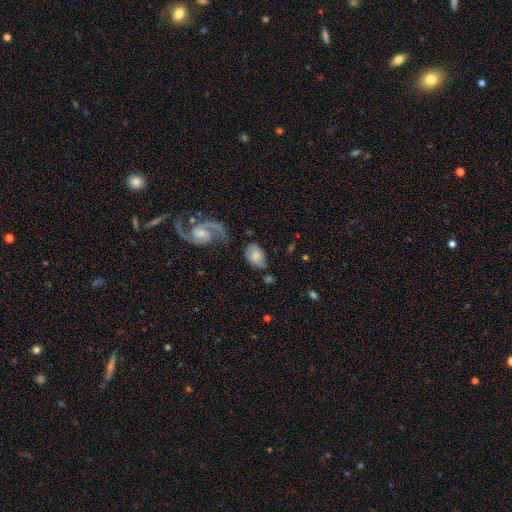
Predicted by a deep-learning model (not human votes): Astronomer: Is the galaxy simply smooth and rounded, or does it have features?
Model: smooth — 51% (runner-up: featured or disk, 41%).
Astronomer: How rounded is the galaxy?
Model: in between — 82%.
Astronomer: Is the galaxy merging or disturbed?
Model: none — 53%.